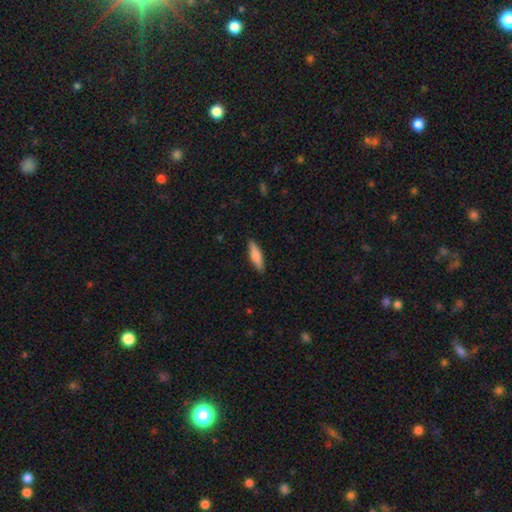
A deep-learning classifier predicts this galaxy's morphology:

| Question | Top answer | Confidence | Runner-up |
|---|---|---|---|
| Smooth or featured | smooth | 69% | featured or disk (25%) |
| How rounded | cigar-shaped | 70% | in between (29%) |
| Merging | none | 88% | minor disturbance (9%) |